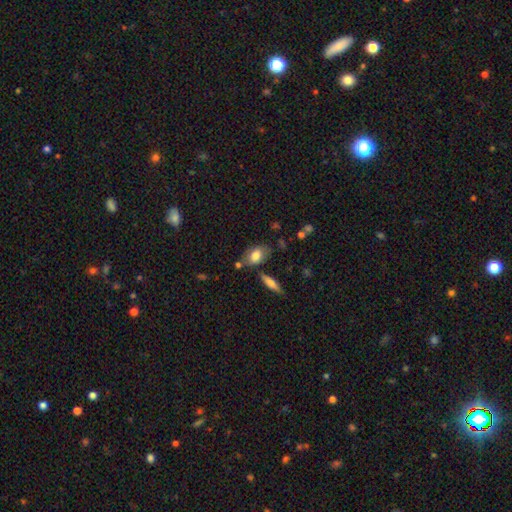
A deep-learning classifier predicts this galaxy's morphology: smooth-or-featured: smooth: 76% | featured or disk: 16% | star or artifact: 7%
  how-rounded: in between: 87% | round: 9% | cigar-shaped: 4%
  merging: none: 65% | minor disturbance: 19% | merger: 11% | major disturbance: 5%